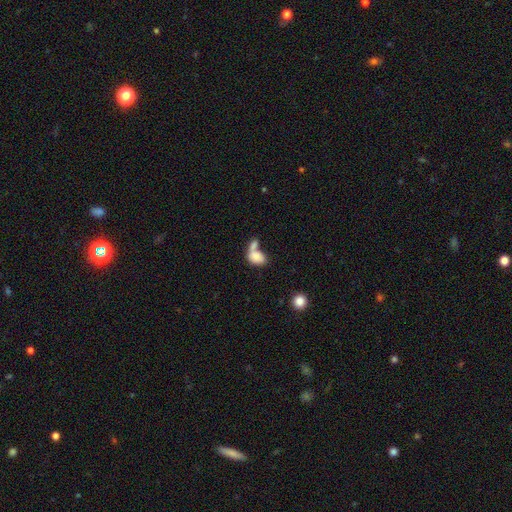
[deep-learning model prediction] Q: Smooth or featured?
A: smooth (79%); runner-up: featured or disk (13%)
Q: How rounded?
A: in between (81%); runner-up: round (17%)
Q: Merging?
A: merger (60%); runner-up: none (22%)